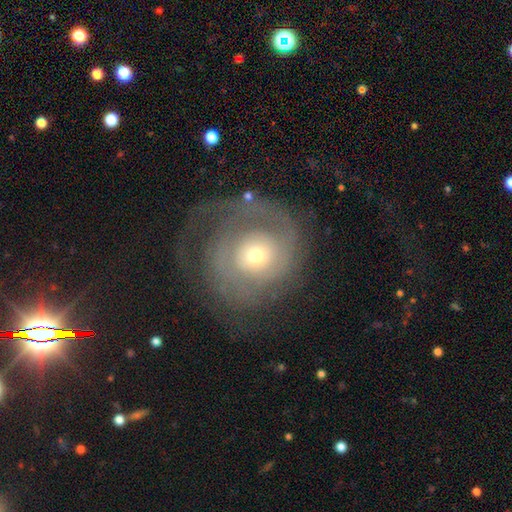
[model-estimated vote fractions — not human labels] Q: Smooth or featured?
A: featured or disk (68%); runner-up: smooth (23%)
Q: Edge-on disk?
A: no (97%); runner-up: yes (3%)
Q: Bar?
A: no (82%); runner-up: weak (15%)
Q: Spiral arms?
A: yes (77%); runner-up: no (23%)
Q: Spiral winding?
A: tight (59%); runner-up: medium (27%)
Q: Spiral arm count?
A: can't tell (31%); runner-up: 1 (29%)
Q: Bulge size?
A: small (47%); runner-up: moderate (46%)
Q: Merging?
A: none (52%); runner-up: major disturbance (28%)